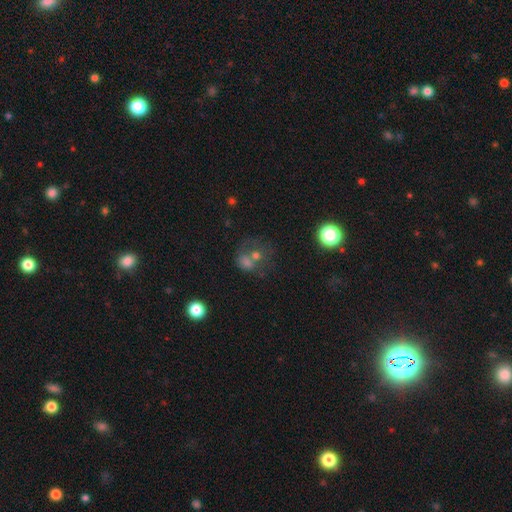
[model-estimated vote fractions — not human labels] Morphology: type=smooth (52%); roundness=round (73%); merging=merger (46%).